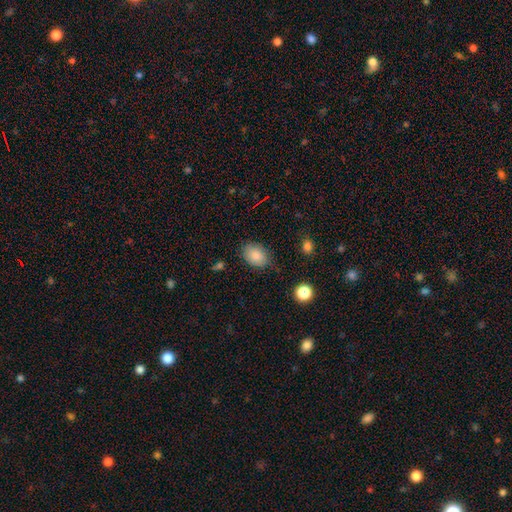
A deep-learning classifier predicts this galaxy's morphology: smooth_or_featured: smooth (p=0.86) [alt: star or artifact p=0.08]
how_rounded: in between (p=0.80) [alt: round p=0.19]
merging: none (p=0.79) [alt: minor disturbance p=0.16]